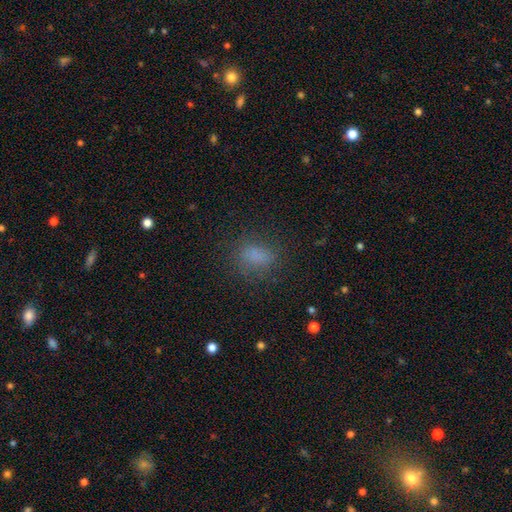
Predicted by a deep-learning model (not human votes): Smooth or featured?
  - smooth: 77% *
  - star or artifact: 15%
  - featured or disk: 7%
How rounded?
  - in between: 65% *
  - round: 32%
  - cigar-shaped: 2%
Merging?
  - none: 76% *
  - minor disturbance: 15%
  - major disturbance: 8%
  - merger: 1%